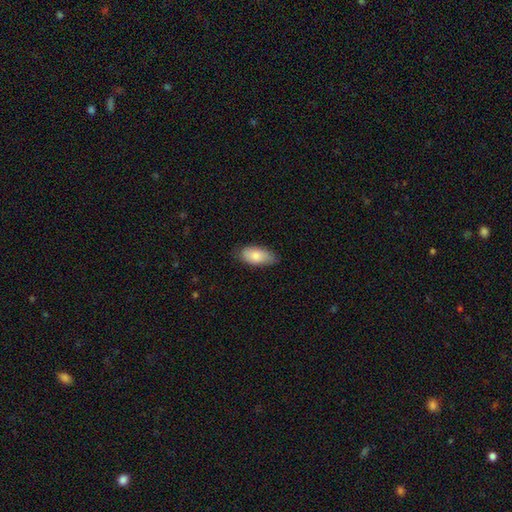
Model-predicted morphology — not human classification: type=smooth (83%); roundness=in between (92%); merging=none (75%).